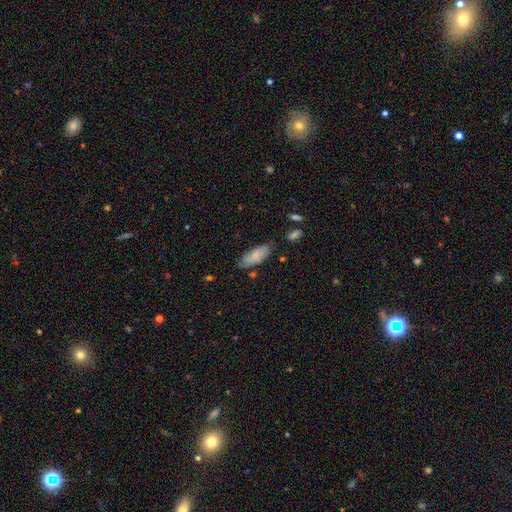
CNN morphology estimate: This is clearly a smooth galaxy (80%). How rounded: likely in between (79%). Merging: likely none (71%).